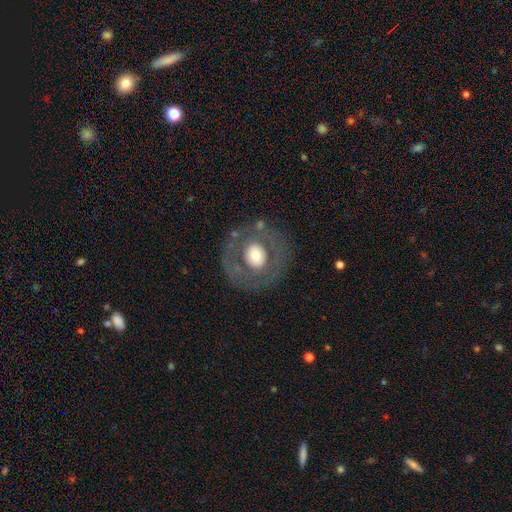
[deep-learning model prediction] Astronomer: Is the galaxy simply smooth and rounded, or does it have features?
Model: featured or disk — 47% (runner-up: smooth, 46%).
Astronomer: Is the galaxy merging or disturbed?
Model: none — 78%.